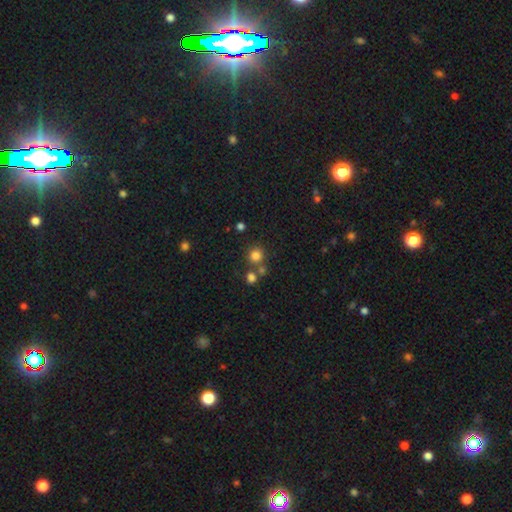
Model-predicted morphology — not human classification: A smooth galaxy with no disk features (79%) that is round (91%).

Vote fractions:
- Smooth or featured? smooth: 79% / star or artifact: 15% / featured or disk: 6%
- How rounded? round: 91% / in between: 8% / cigar-shaped: 1%
- Merging? none: 70% / merger: 19% / minor disturbance: 7% / major disturbance: 3%